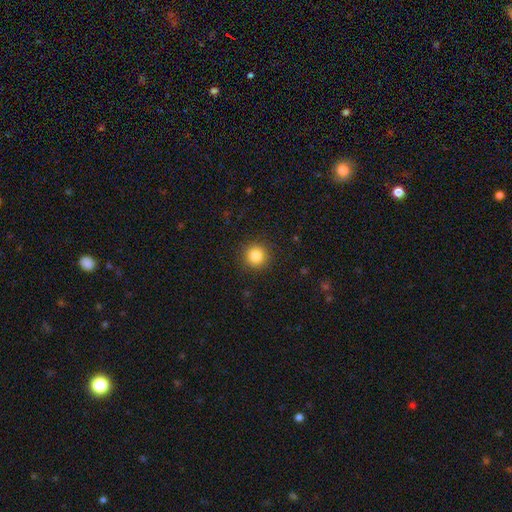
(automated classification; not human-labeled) This appears to be a smooth galaxy with no disk features (85%) that is round (94%). Merging: none (91%).